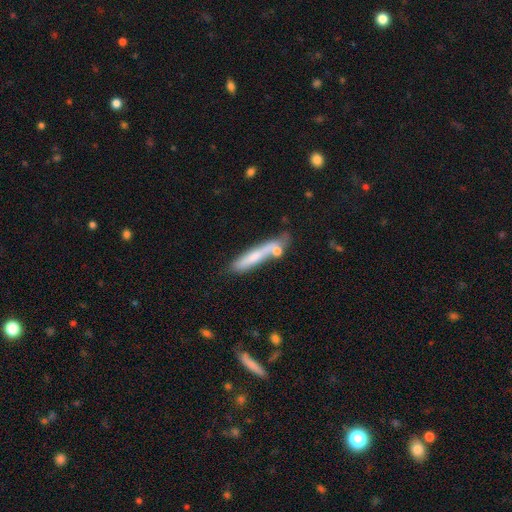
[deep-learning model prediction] A smooth galaxy with no disk features (60%) that is cigar-shaped (90%).

Vote fractions:
- Smooth or featured? smooth: 60% / featured or disk: 32% / star or artifact: 7%
- How rounded? cigar-shaped: 90% / in between: 8% / round: 2%
- Merging? none: 59% / minor disturbance: 19% / merger: 16% / major disturbance: 6%